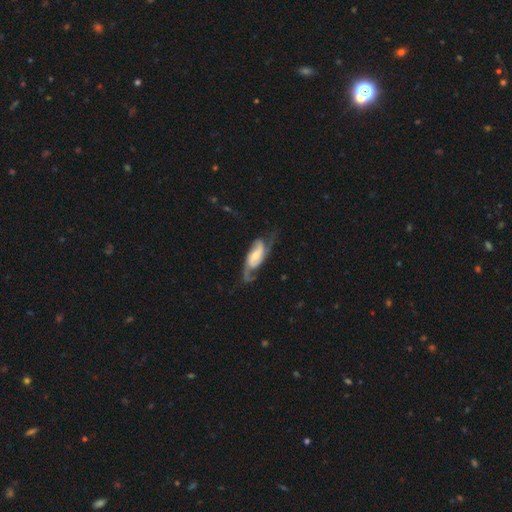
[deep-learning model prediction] Smooth or featured: featured or disk — 84% (smooth — 11%)
Edge-on disk: no — 93% (yes — 7%)
Bar: no — 44% (weak — 36%)
Spiral arms: yes — 96% (no — 4%)
Spiral winding: medium — 44% (loose — 31%)
Spiral arm count: 2 — 83% (can't tell — 6%)
Bulge size: moderate — 52% (small — 40%)
Merging: none — 63% (minor disturbance — 20%)